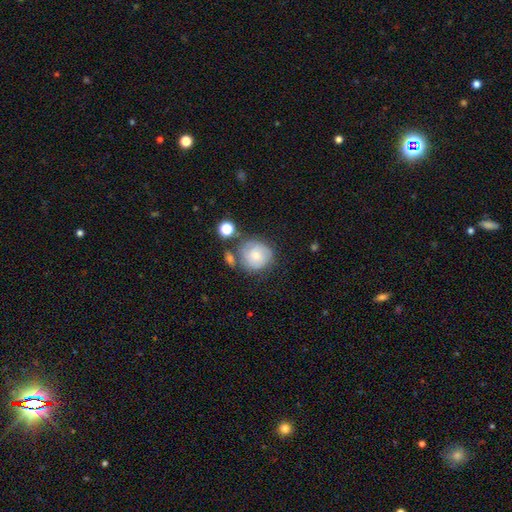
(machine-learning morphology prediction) Smooth or featured? Predicted: smooth (p=0.47). Merging? Predicted: none (p=0.58).